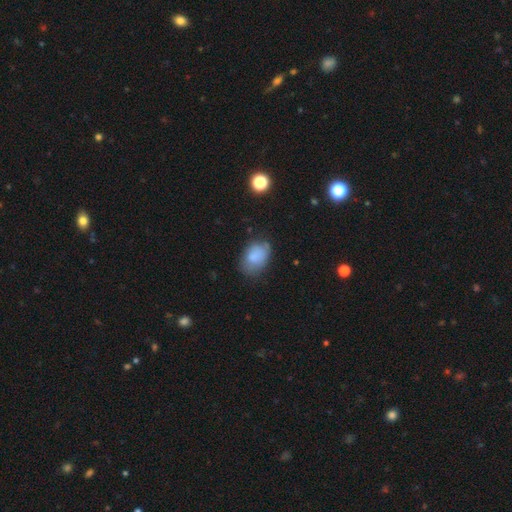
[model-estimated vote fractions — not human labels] smooth 81%, featured or disk 11%, star or artifact 8%. Down the decision tree: how rounded — in between (82%); merging — none (60%).